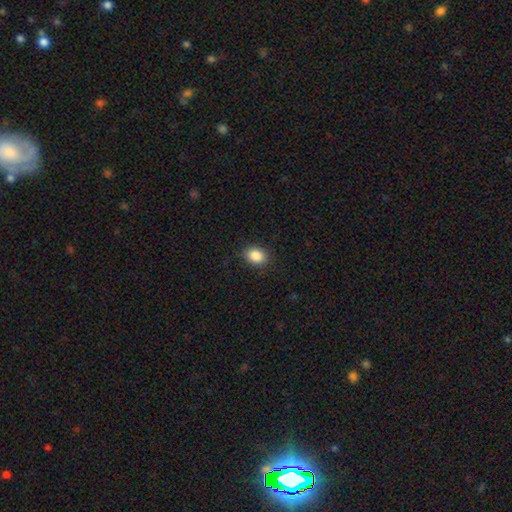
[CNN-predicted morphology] Smooth or featured: smooth — 87% (star or artifact — 9%)
How rounded: in between — 62% (round — 37%)
Merging: none — 87% (minor disturbance — 9%)